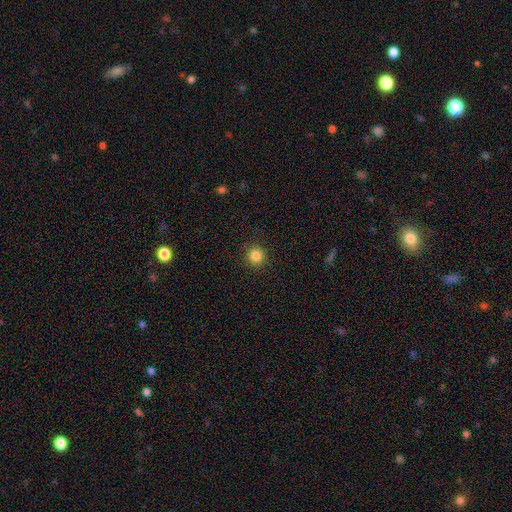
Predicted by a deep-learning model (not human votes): The model was most divided on "smooth or featured": smooth: 84%, star or artifact: 12%, featured or disk: 4%. More confident: how rounded — round (93%); merging — none (91%).